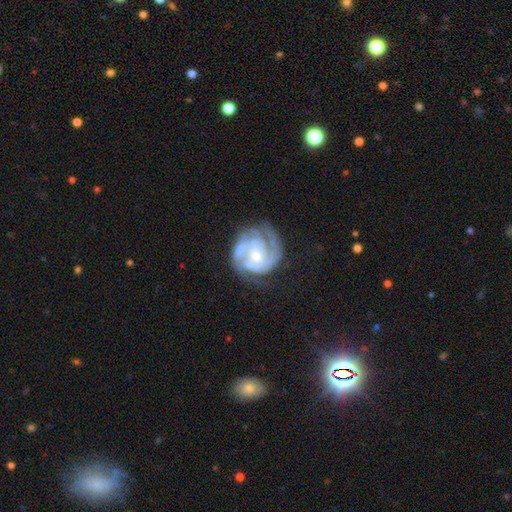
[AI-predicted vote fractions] smooth-or-featured: featured or disk: 84% | smooth: 11% | star or artifact: 5%
  disk-edge-on: no: 98% | yes: 2%
    bar: no: 66% | weak: 28% | strong: 6%
    has-spiral-arms: yes: 92% | no: 8%
      spiral-winding: tight: 56% | medium: 34% | loose: 10%
      spiral-arm-count: 2: 51% | can't tell: 21% | 3: 14% | 1: 7% | 4: 4% | more than 4: 3%
    bulge-size: small: 52% | moderate: 40% | none: 4% | large: 3% | dominant: 1%
  merging: none: 57% | minor disturbance: 22% | major disturbance: 16% | merger: 5%